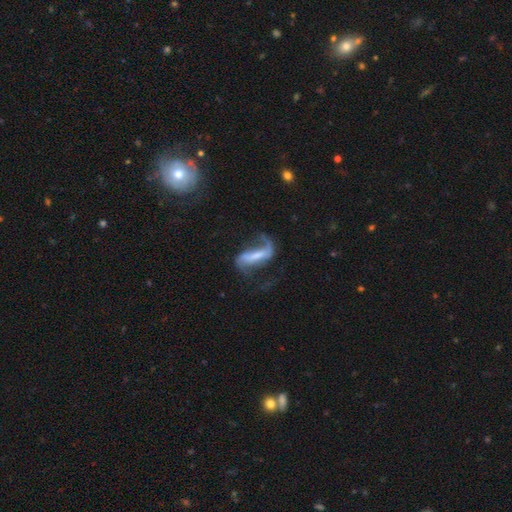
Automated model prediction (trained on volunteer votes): smooth_or_featured: featured or disk (p=0.81) [alt: smooth p=0.12]
disk_edge_on: no (p=0.91) [alt: yes p=0.09]
bar: strong (p=0.62) [alt: weak p=0.26]
has_spiral_arms: yes (p=0.91) [alt: no p=0.09]
spiral_winding: loose (p=0.75) [alt: medium p=0.20]
spiral_arm_count: 2 (p=0.81) [alt: 1 p=0.13]
bulge_size: small (p=0.35) [alt: none p=0.30]
merging: none (p=0.51) [alt: major disturbance p=0.28]